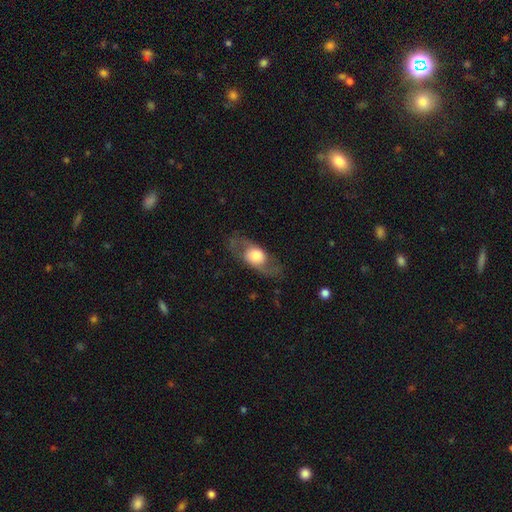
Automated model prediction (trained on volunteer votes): smooth_or_featured: featured or disk (p=0.58) [alt: smooth p=0.35]
disk_edge_on: no (p=0.75) [alt: yes p=0.25]
merging: none (p=0.76) [alt: minor disturbance p=0.14]